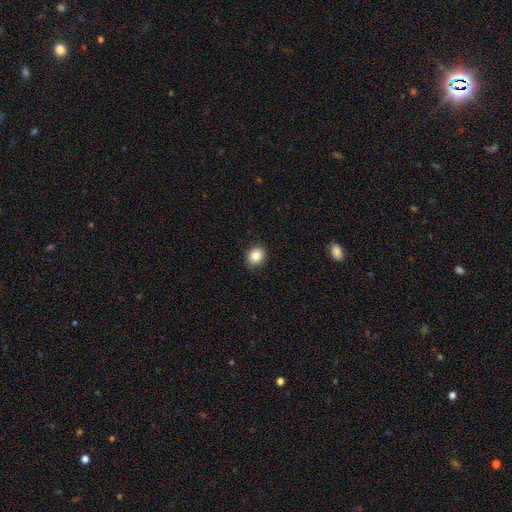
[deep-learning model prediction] Smooth or featured: smooth — 86% (star or artifact — 9%)
How rounded: round — 60% (in between — 39%)
Merging: none — 91% (minor disturbance — 7%)